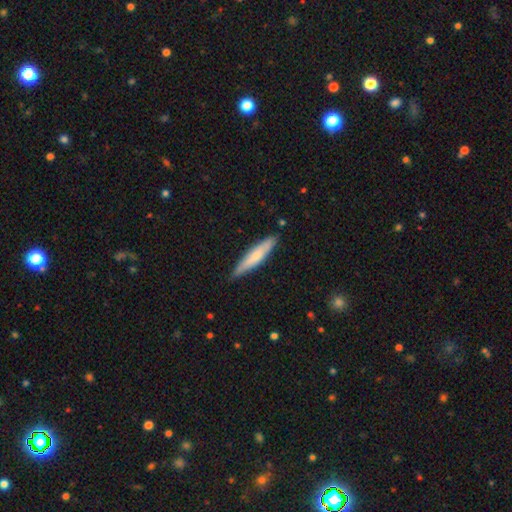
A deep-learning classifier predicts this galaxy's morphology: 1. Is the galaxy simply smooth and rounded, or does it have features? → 62% smooth, 33% featured or disk, 5% star or artifact.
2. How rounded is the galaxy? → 86% cigar-shaped, 13% in between, 1% round.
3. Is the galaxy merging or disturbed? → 82% none, 14% minor disturbance, 2% major disturbance, 1% merger.